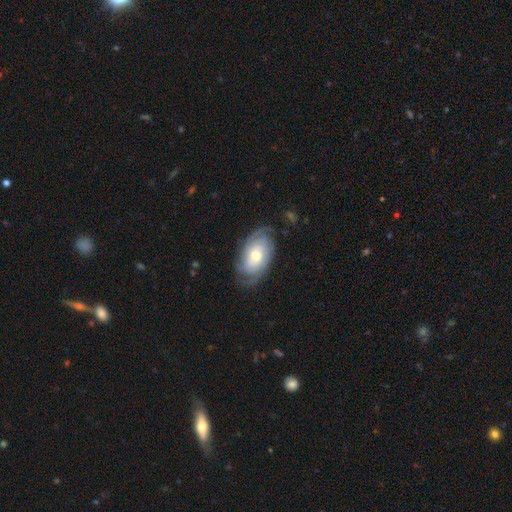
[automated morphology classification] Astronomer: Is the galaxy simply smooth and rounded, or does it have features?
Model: featured or disk — 73%.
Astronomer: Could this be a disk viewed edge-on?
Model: no — 94%.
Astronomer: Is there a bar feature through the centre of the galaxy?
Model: no — 73%.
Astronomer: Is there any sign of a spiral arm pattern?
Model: yes — 90%.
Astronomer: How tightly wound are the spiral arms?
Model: tight — 67%.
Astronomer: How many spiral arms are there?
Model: can't tell — 45% (runner-up: 2, 21%).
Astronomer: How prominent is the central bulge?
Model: moderate — 62%.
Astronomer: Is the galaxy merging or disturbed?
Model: none — 73%.